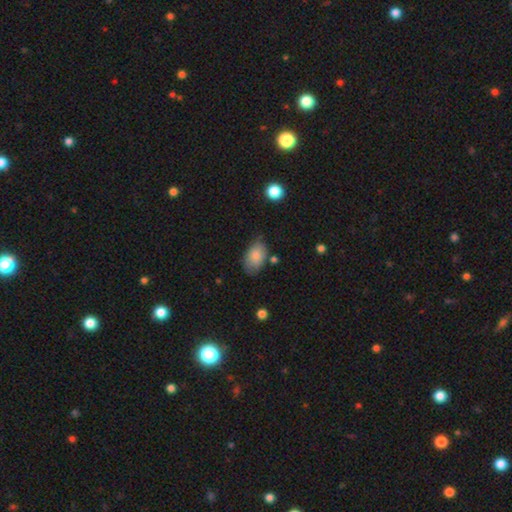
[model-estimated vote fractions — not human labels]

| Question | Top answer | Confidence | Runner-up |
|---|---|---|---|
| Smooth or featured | smooth | 82% | featured or disk (11%) |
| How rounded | in between | 92% | round (7%) |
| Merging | none | 64% | minor disturbance (26%) |